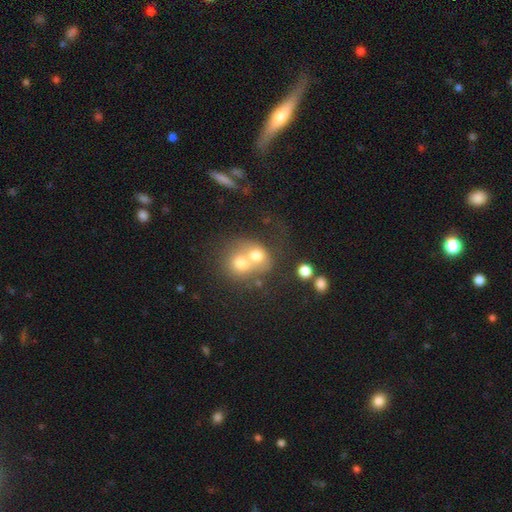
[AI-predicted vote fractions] Smooth or featured?
  - smooth: 64% *
  - featured or disk: 25%
  - star or artifact: 11%
How rounded?
  - round: 69% *
  - in between: 30%
  - cigar-shaped: 1%
Merging?
  - merger: 72% *
  - none: 18%
  - minor disturbance: 6%
  - major disturbance: 5%